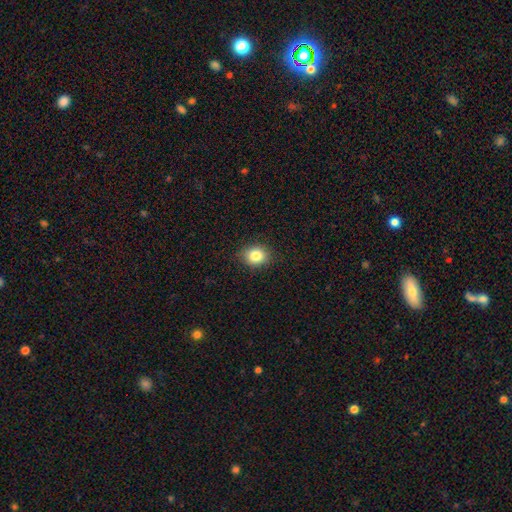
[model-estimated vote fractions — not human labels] Smooth or featured? smooth (83%)
How rounded? round (59%)
Merging? none (88%)